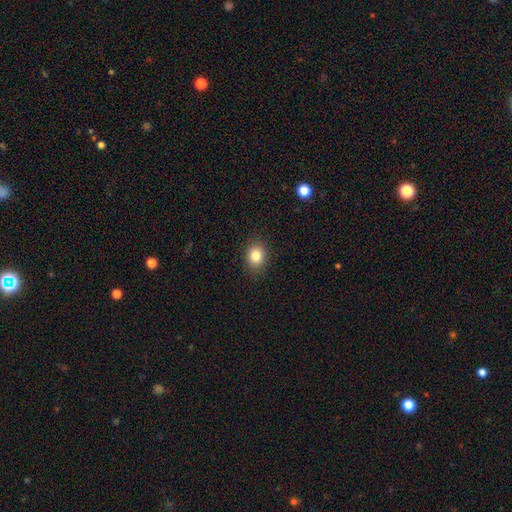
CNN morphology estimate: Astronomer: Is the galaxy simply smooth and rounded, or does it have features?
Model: smooth — 83%.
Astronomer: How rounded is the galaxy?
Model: round — 53% (runner-up: in between, 46%).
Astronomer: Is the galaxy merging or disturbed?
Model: none — 87%.